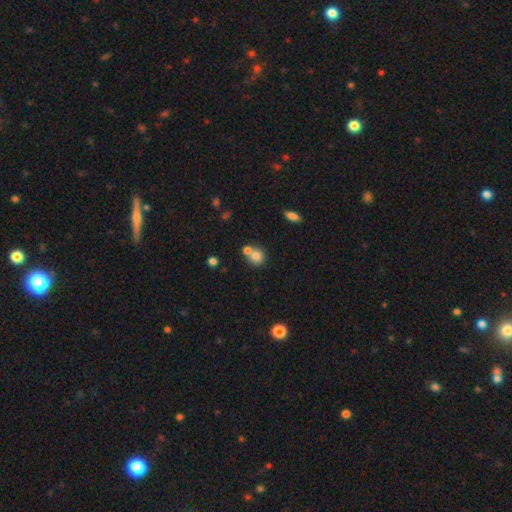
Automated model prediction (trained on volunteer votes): Smooth or featured? Predicted: smooth (p=0.76). How rounded? Predicted: round (p=0.84). Merging? Predicted: none (p=0.50).